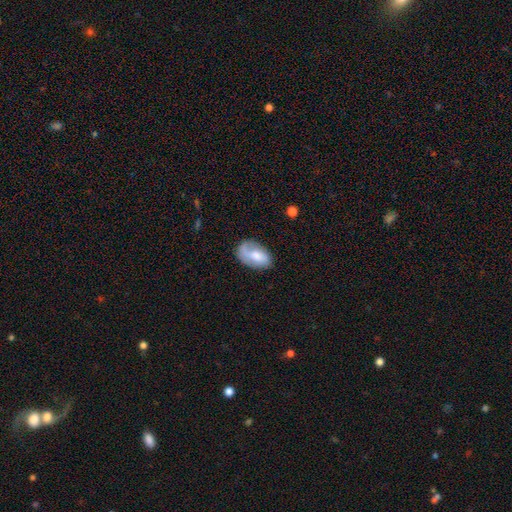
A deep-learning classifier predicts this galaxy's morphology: Overall: smooth (58%; featured or disk 35%). How rounded: in between (91%). Merging: none (58%; minor disturbance 26%).